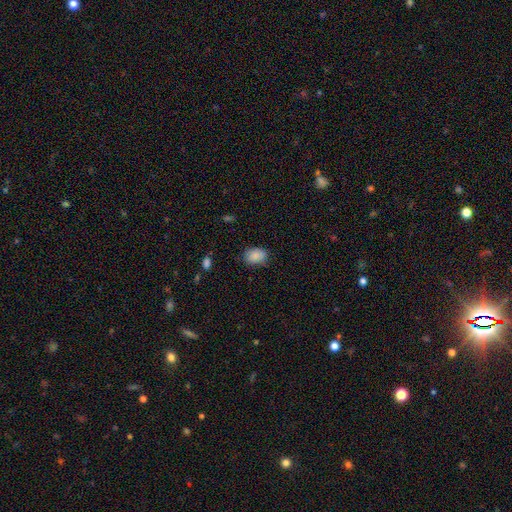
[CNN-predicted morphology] Smooth or featured? Predicted: smooth (p=0.86). How rounded? Predicted: in between (p=0.73). Merging? Predicted: none (p=0.79).